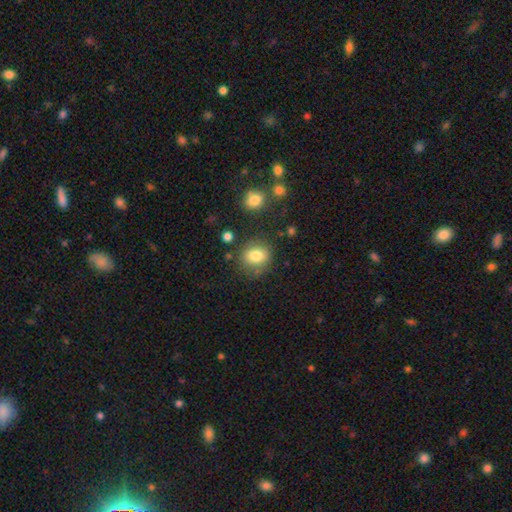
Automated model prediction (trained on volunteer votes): A smooth galaxy with no disk features (80%) that is round (67%). Merging: none (74%).